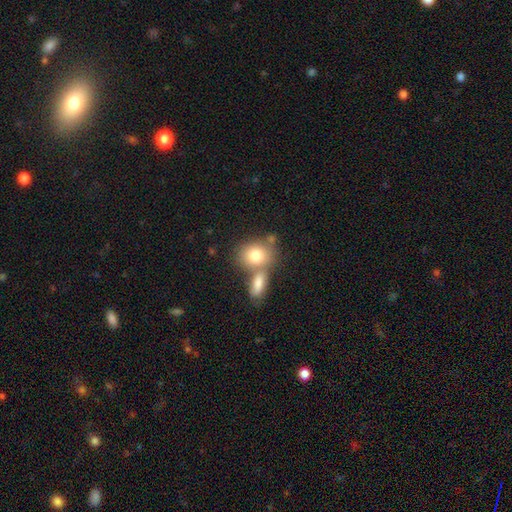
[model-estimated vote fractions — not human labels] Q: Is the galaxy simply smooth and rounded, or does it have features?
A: smooth — 79%.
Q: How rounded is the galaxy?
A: round — 51%.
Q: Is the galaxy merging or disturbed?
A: none — 43%, tied with merger.